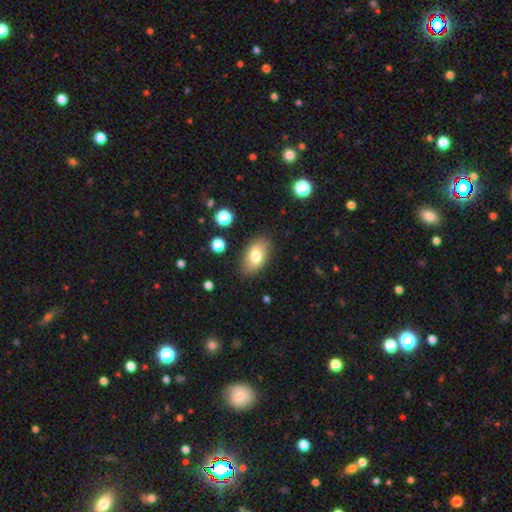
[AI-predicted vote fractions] Overall: smooth (75%). How rounded: in between (91%). Merging: none (84%).